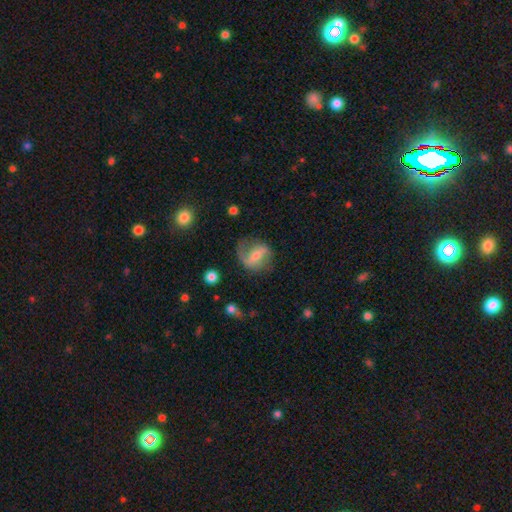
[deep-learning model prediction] smooth-or-featured: featured or disk: 74% | smooth: 19% | star or artifact: 7%
  disk-edge-on: no: 95% | yes: 5%
    bar: strong: 48% | weak: 36% | no: 17%
    has-spiral-arms: yes: 87% | no: 13%
      spiral-winding: loose: 57% | medium: 33% | tight: 10%
      spiral-arm-count: 2: 78% | 1: 13% | can't tell: 6% | 3: 1% | 4: 1% | more than 4: 1%
    bulge-size: small: 50% | moderate: 42% | none: 4% | large: 3% | dominant: 1%
  merging: none: 64% | minor disturbance: 20% | major disturbance: 14% | merger: 2%